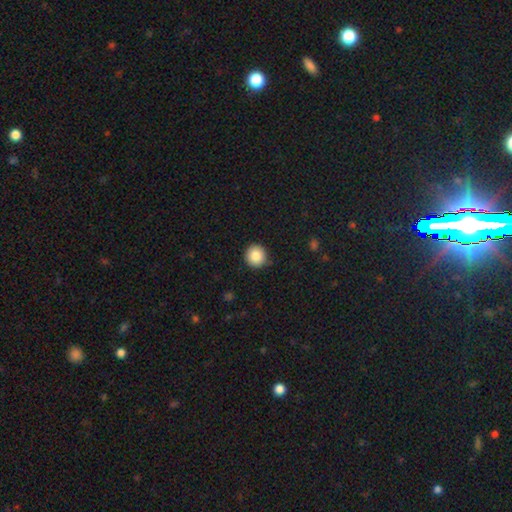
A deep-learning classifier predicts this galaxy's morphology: This is clearly a smooth galaxy (86%). How rounded: clearly round (95%). Merging: clearly none (90%).